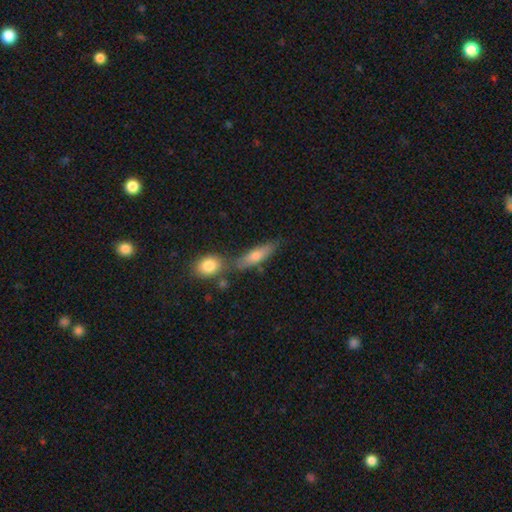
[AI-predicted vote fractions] Smooth or featured?
  - smooth: 59% *
  - featured or disk: 32%
  - star or artifact: 8%
How rounded?
  - cigar-shaped: 62% *
  - in between: 34%
  - round: 4%
Merging?
  - none: 60% *
  - merger: 22%
  - minor disturbance: 13%
  - major disturbance: 4%